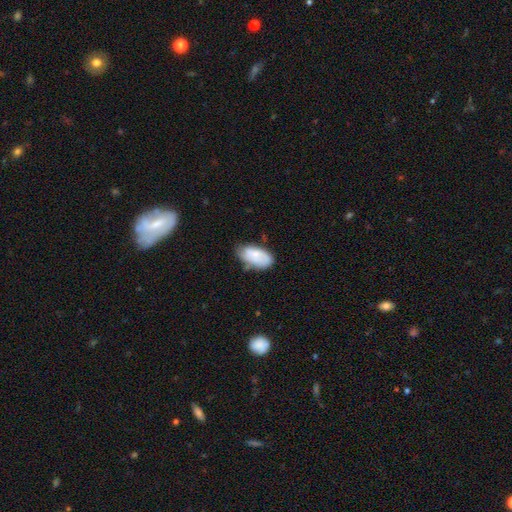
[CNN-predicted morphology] Smooth or featured? Predicted: smooth (p=0.66). How rounded? Predicted: in between (p=0.94). Merging? Predicted: none (p=0.55).